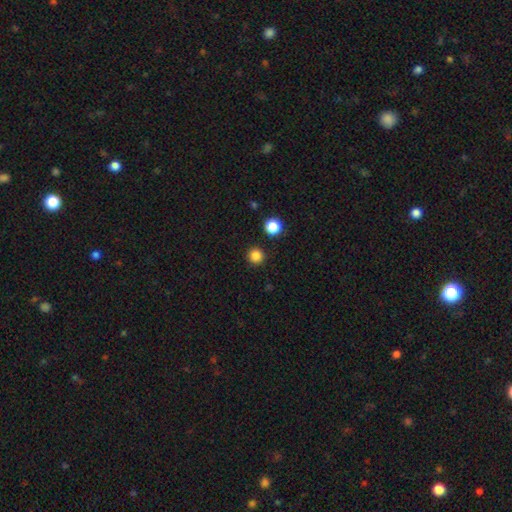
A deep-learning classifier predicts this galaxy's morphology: This appears to be a smooth galaxy with no disk features (84%) that is round (96%). Merging: none (92%).